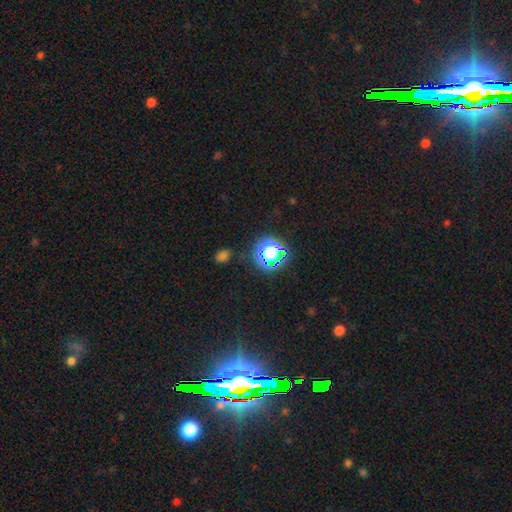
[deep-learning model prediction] Smooth or featured: star or artifact — 77% (smooth — 15%)